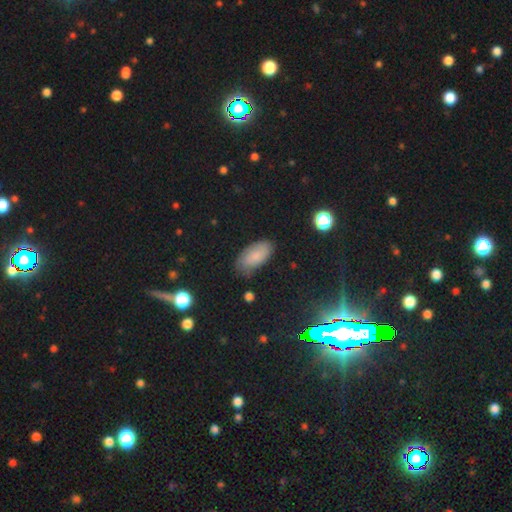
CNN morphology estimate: A smooth galaxy with no disk features (73%) that is in between round and cigar-shaped (93%).

Vote fractions:
- Smooth or featured? smooth: 73% / featured or disk: 15% / star or artifact: 11%
- How rounded? in between: 93% / cigar-shaped: 4% / round: 3%
- Merging? none: 72% / minor disturbance: 21% / major disturbance: 5% / merger: 2%